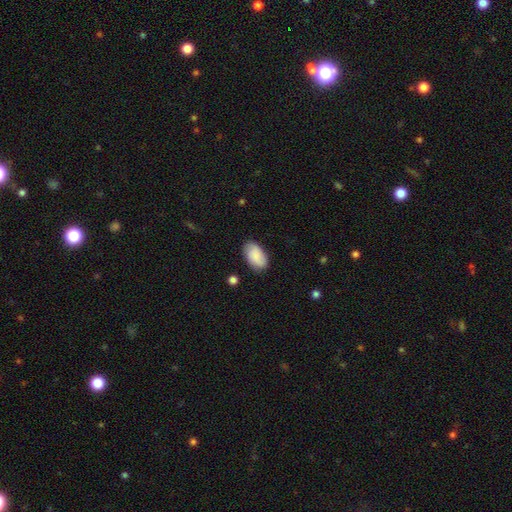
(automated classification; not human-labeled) Smooth or featured: smooth — 82% (featured or disk — 12%)
How rounded: in between — 94% (round — 4%)
Merging: none — 81% (minor disturbance — 14%)